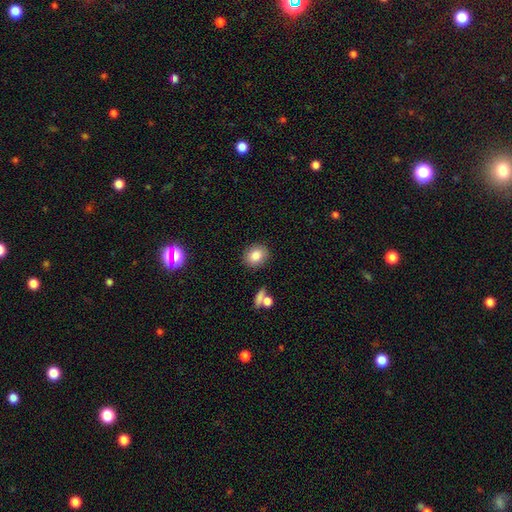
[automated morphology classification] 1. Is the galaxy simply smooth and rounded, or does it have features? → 83% smooth, 10% star or artifact, 8% featured or disk.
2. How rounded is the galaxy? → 66% round, 33% in between, 1% cigar-shaped.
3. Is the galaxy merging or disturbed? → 87% none, 8% minor disturbance, 3% merger, 2% major disturbance.